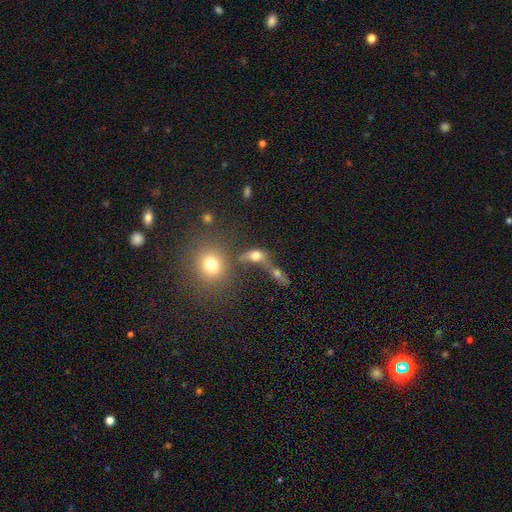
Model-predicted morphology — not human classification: smooth-or-featured: smooth: 62% | featured or disk: 20% | star or artifact: 18%
  how-rounded: in between: 52% | round: 39% | cigar-shaped: 9%
  merging: merger: 42% | none: 31% | major disturbance: 15% | minor disturbance: 12%